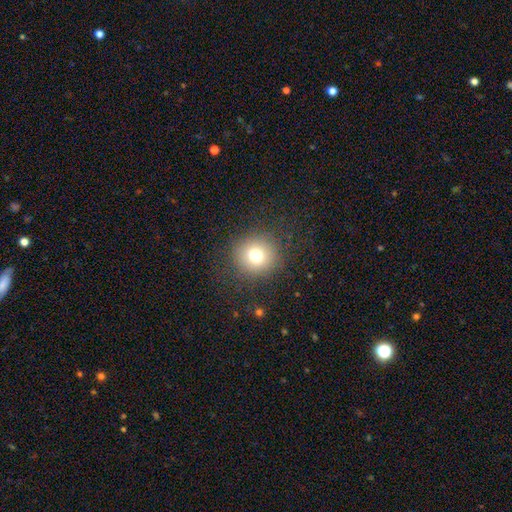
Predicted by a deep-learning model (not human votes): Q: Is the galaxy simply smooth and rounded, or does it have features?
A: smooth — 74%.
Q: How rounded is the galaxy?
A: round — 92%.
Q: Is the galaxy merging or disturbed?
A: none — 87%.